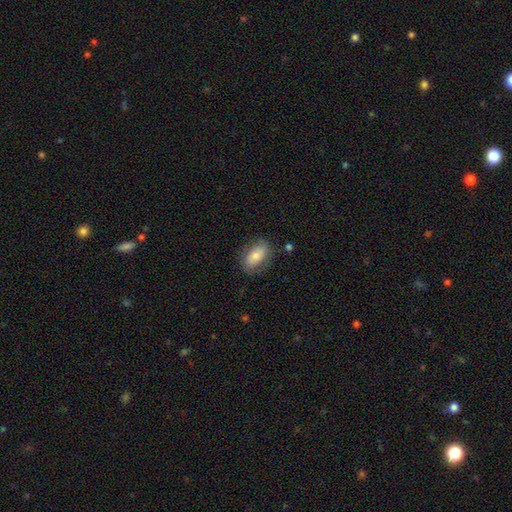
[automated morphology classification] A smooth galaxy with no disk features (70%) that is in between round and cigar-shaped (89%).

Vote fractions:
- Smooth or featured? smooth: 70% / featured or disk: 23% / star or artifact: 7%
- How rounded? in between: 89% / round: 7% / cigar-shaped: 3%
- Merging? none: 74% / minor disturbance: 18% / major disturbance: 7% / merger: 2%